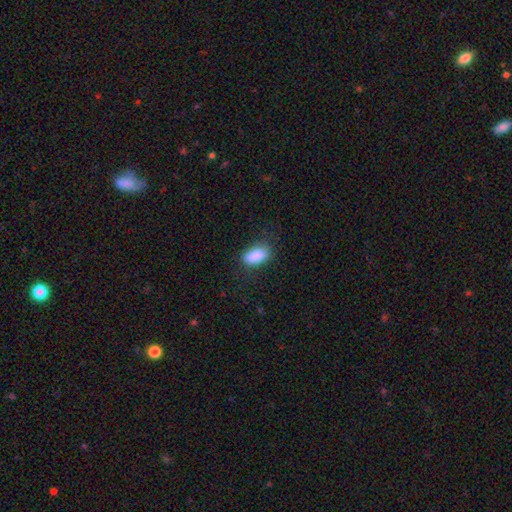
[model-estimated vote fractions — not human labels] The model was most divided on "merging": none: 76%, minor disturbance: 17%, major disturbance: 5%, merger: 1%. More confident: how rounded — in between (91%); smooth or featured — smooth (87%).